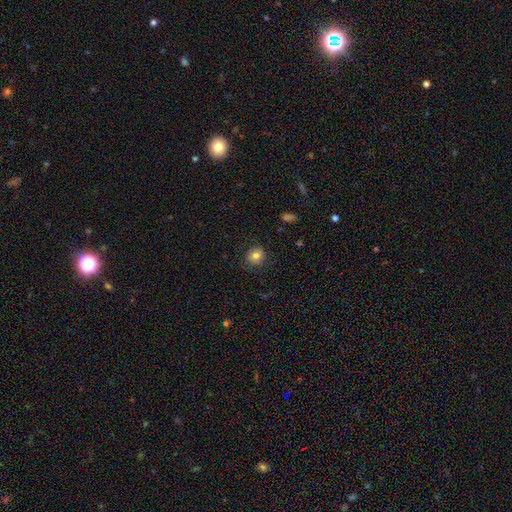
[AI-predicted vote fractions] A smooth galaxy with no disk features (80%) that is round (79%).

Vote fractions:
- Smooth or featured? smooth: 80% / star or artifact: 10% / featured or disk: 9%
- How rounded? round: 79% / in between: 20% / cigar-shaped: 1%
- Merging? none: 81% / minor disturbance: 14% / major disturbance: 4% / merger: 1%